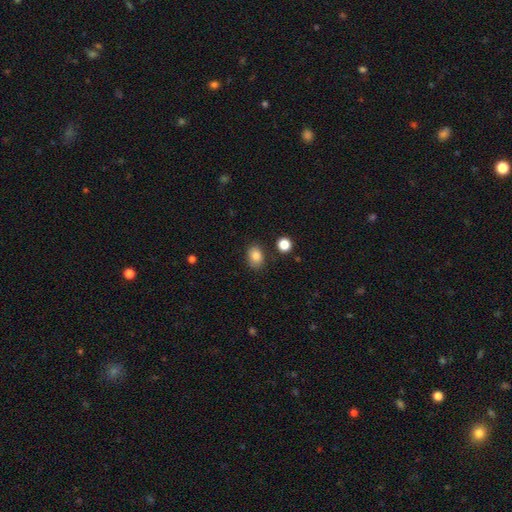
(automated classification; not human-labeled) Morphology: type=smooth (85%); roundness=in between (69%); merging=none (82%).